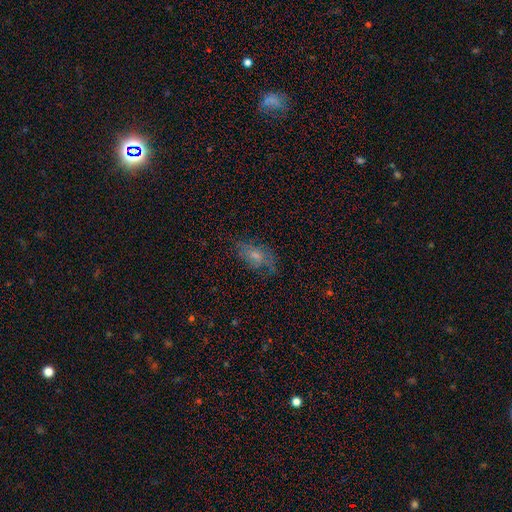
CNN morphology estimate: Smooth or featured: smooth — 49% (featured or disk — 37%)
Merging: none — 58% (minor disturbance — 25%)